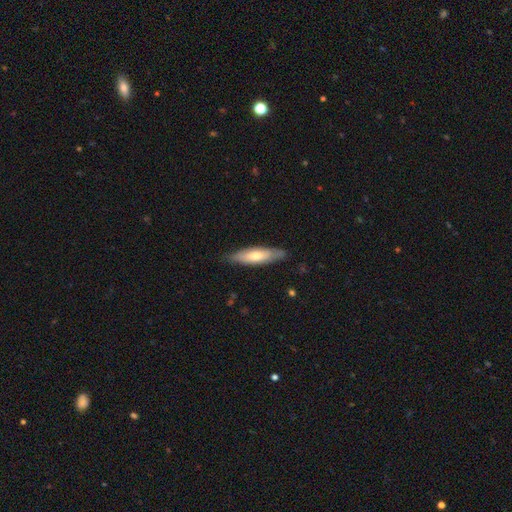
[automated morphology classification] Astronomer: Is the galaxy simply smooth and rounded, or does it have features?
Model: smooth — 57% (runner-up: featured or disk, 38%).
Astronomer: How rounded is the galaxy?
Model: cigar-shaped — 64%.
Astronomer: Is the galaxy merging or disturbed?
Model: none — 81%.